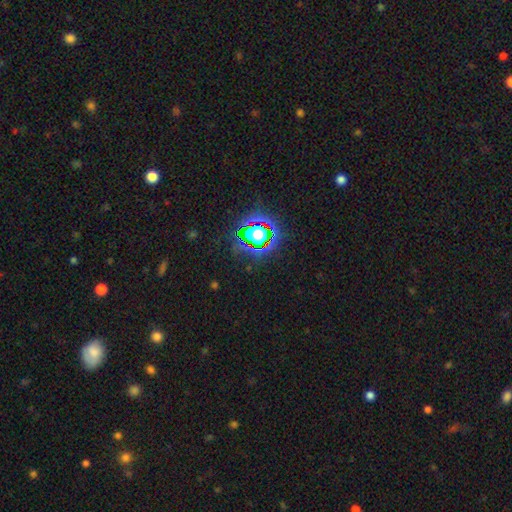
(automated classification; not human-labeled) This appears to be a star or artifact, not a galaxy (79%).